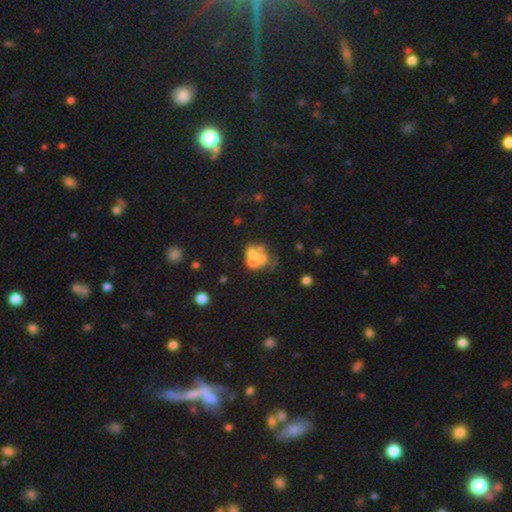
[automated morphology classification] Overall: featured or disk (46%; smooth 38%). Merging: merger (49%; none 25%).